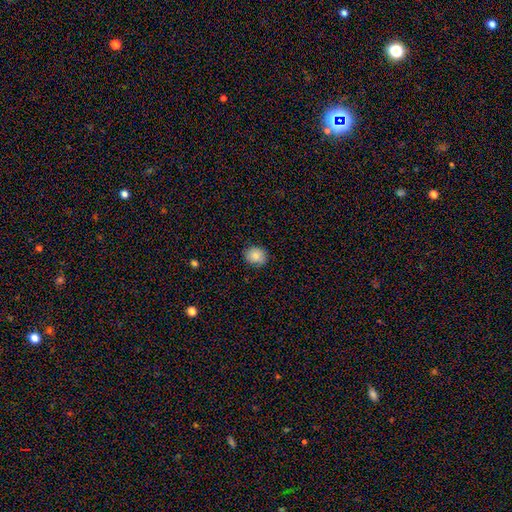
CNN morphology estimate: Smooth or featured? Predicted: smooth (p=0.85). How rounded? Predicted: round (p=0.68). Merging? Predicted: none (p=0.85).